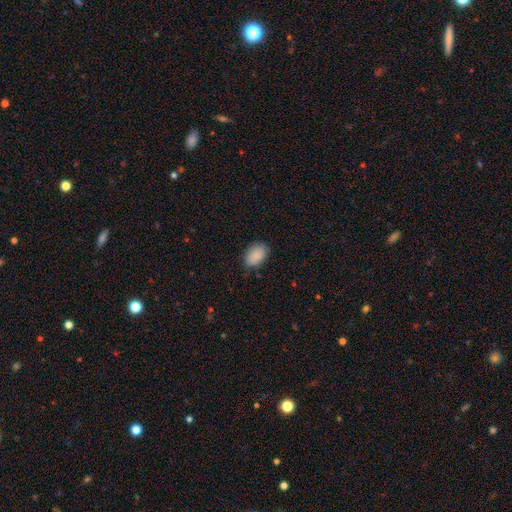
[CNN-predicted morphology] The model was most divided on "merging": none: 79%, minor disturbance: 17%, major disturbance: 3%, merger: 1%. More confident: smooth or featured — smooth (89%); how rounded — in between (88%).